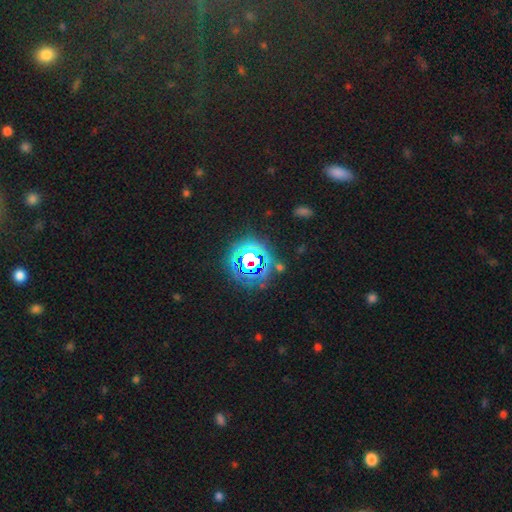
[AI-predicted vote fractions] Smooth or featured: star or artifact — 78% (smooth — 13%)